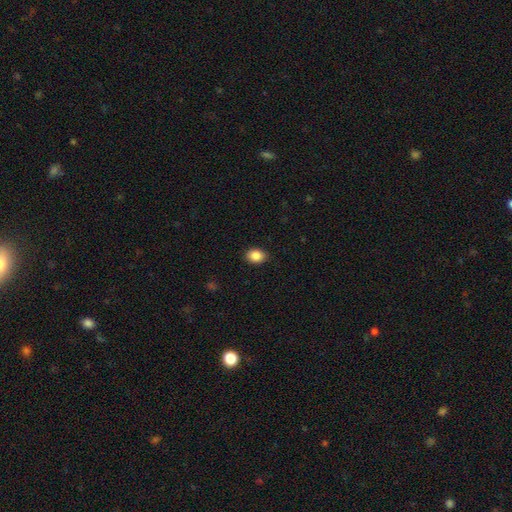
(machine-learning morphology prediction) Smooth or featured? Predicted: smooth (p=0.87). How rounded? Predicted: in between (p=0.67). Merging? Predicted: none (p=0.89).